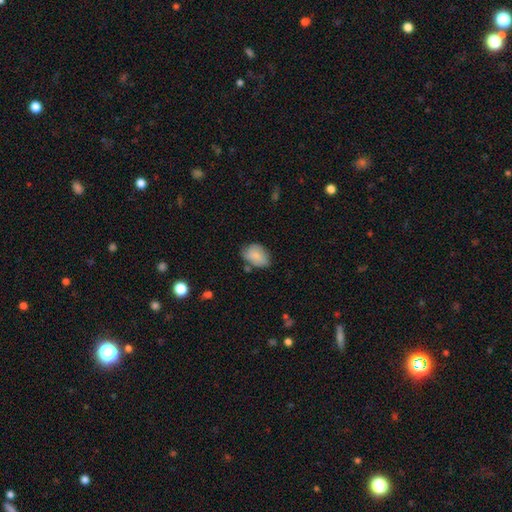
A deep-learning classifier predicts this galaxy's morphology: Q: Smooth or featured?
A: smooth (83%); runner-up: featured or disk (10%)
Q: How rounded?
A: in between (79%); runner-up: round (20%)
Q: Merging?
A: none (60%); runner-up: minor disturbance (28%)